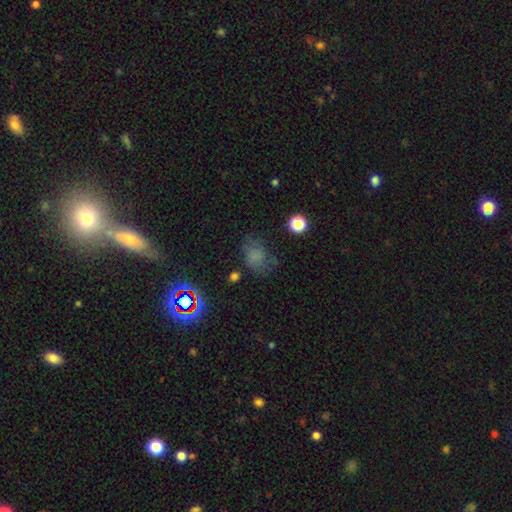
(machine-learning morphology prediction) This appears to be a smooth galaxy with no disk features (63%) that is in between round and cigar-shaped (61%). Merging: none (54%).